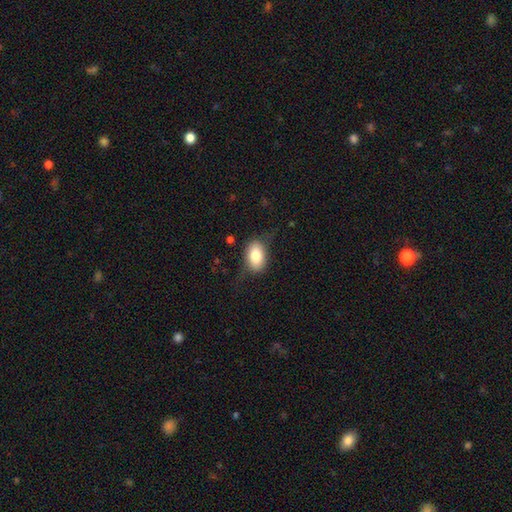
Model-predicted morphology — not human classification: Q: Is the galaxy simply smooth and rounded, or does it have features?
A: smooth — 78%.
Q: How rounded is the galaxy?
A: in between — 85%.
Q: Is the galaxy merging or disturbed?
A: none — 66%.